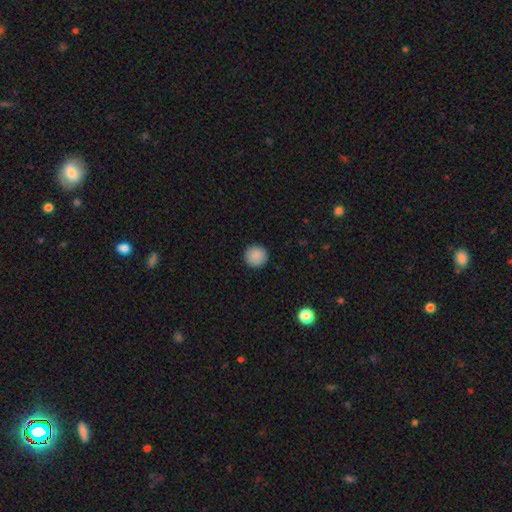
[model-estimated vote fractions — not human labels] A smooth galaxy with no disk features (88%) that is round (95%).

Vote fractions:
- Smooth or featured? smooth: 88% / star or artifact: 8% / featured or disk: 4%
- How rounded? round: 95% / in between: 4% / cigar-shaped: 1%
- Merging? none: 91% / minor disturbance: 6% / major disturbance: 2% / merger: 1%